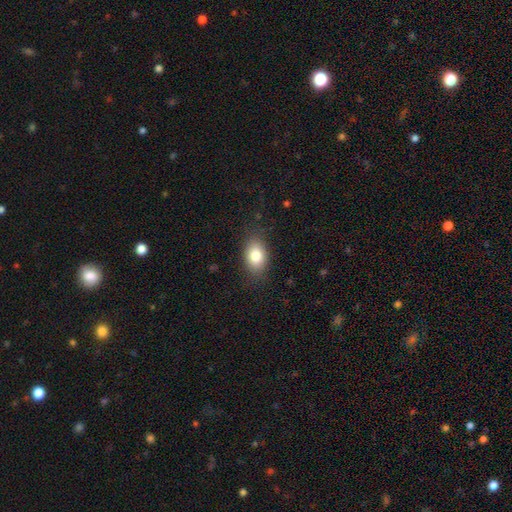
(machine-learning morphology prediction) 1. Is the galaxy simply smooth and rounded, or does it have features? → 81% smooth, 10% featured or disk, 9% star or artifact.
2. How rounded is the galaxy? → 84% in between, 15% round, 2% cigar-shaped.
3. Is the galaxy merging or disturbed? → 84% none, 12% minor disturbance, 3% major disturbance, 1% merger.